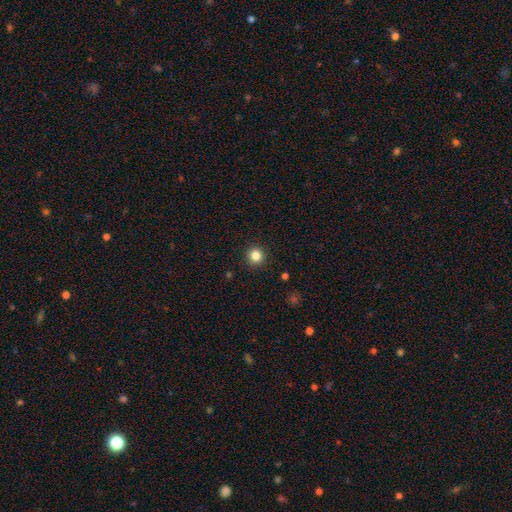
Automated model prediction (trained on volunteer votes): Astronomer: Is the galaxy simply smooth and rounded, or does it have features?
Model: smooth — 83%.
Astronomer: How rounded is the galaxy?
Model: round — 94%.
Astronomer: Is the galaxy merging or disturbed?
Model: none — 92%.